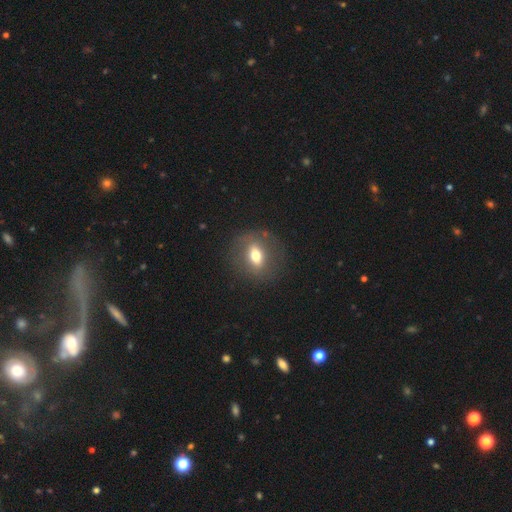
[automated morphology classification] The model was most divided on "how rounded": in between: 54%, round: 41%, cigar-shaped: 5%. More confident: merging — none (80%); smooth or featured — smooth (55%).